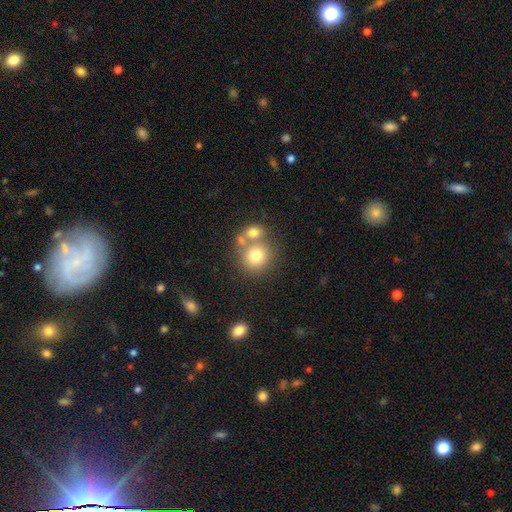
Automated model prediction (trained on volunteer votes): This is likely a smooth galaxy (74%). How rounded: clearly round (84%). Merging: possibly none (51%).